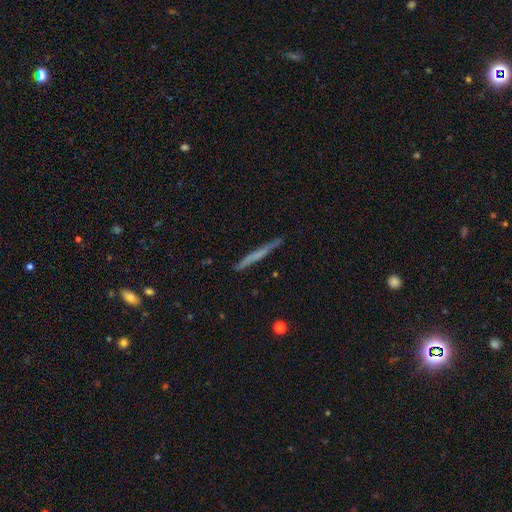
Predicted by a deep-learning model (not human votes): Overall: smooth (48%; featured or disk 45%). Merging: none (88%).